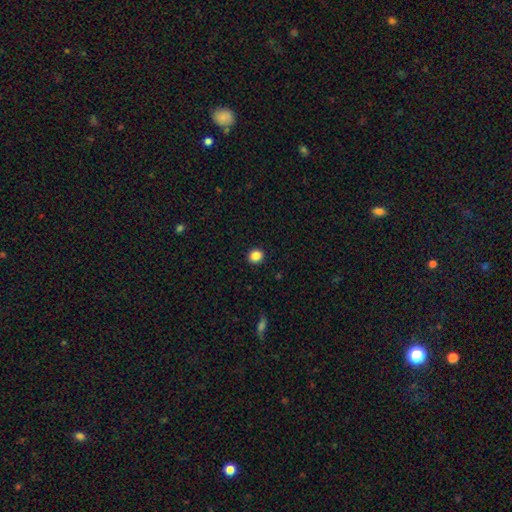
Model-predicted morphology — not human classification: Overall: smooth (86%). How rounded: round (85%). Merging: none (93%).